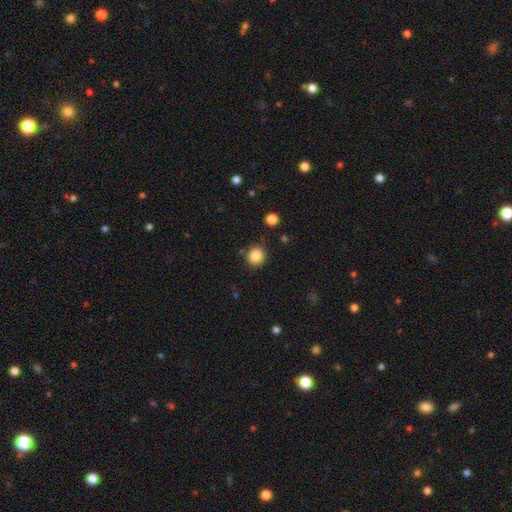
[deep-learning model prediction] This appears to be a smooth galaxy with no disk features (86%) that is round (85%). Merging: none (86%).